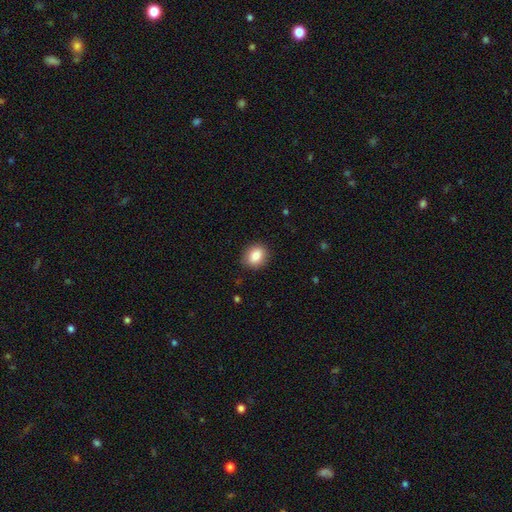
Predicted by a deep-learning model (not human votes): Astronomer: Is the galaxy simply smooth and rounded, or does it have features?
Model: smooth — 84%.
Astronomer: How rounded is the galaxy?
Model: round — 61% (runner-up: in between, 38%).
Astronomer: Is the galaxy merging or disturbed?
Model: none — 89%.